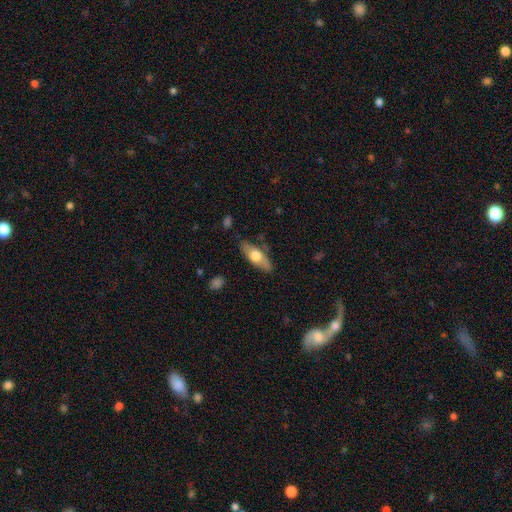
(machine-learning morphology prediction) type=smooth (58%); roundness=in between (68%); merging=none (81%).